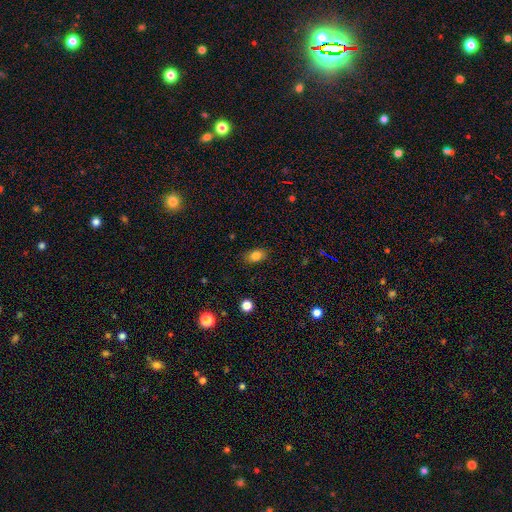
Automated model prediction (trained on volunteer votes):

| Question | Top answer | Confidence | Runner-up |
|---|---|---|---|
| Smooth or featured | smooth | 82% | star or artifact (10%) |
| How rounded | in between | 83% | round (15%) |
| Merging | none | 84% | minor disturbance (12%) |